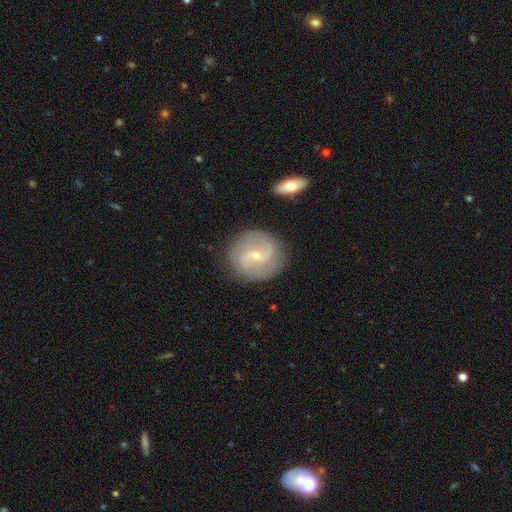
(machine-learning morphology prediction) smooth_or_featured: featured or disk (p=0.83) [alt: smooth p=0.11]
disk_edge_on: no (p=0.97) [alt: yes p=0.03]
bar: weak (p=0.47) [alt: no p=0.39]
has_spiral_arms: yes (p=0.95) [alt: no p=0.05]
spiral_winding: medium (p=0.49) [alt: loose p=0.30]
spiral_arm_count: 2 (p=0.89) [alt: can't tell p=0.05]
bulge_size: small (p=0.74) [alt: moderate p=0.22]
merging: none (p=0.85) [alt: minor disturbance p=0.10]